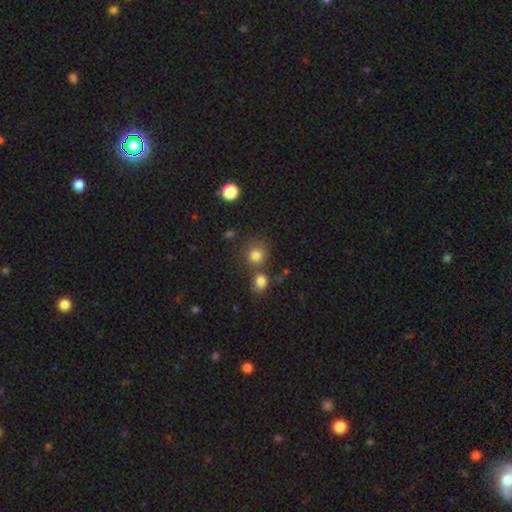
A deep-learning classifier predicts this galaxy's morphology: Smooth or featured?
  - smooth: 80% *
  - star or artifact: 13%
  - featured or disk: 7%
How rounded?
  - round: 85% *
  - in between: 14%
  - cigar-shaped: 1%
Merging?
  - none: 61% *
  - merger: 24%
  - minor disturbance: 10%
  - major disturbance: 5%